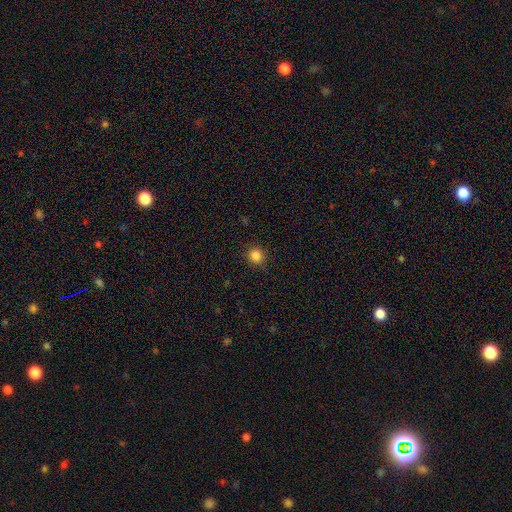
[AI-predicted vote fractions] Smooth or featured: smooth — 85% (star or artifact — 12%)
How rounded: round — 90% (in between — 10%)
Merging: none — 90% (minor disturbance — 7%)